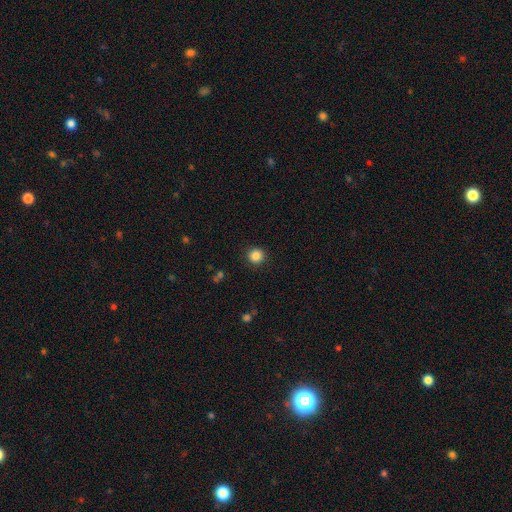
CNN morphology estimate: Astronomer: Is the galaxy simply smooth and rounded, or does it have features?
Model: smooth — 86%.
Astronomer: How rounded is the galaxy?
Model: round — 95%.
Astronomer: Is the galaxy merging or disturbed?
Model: none — 91%.